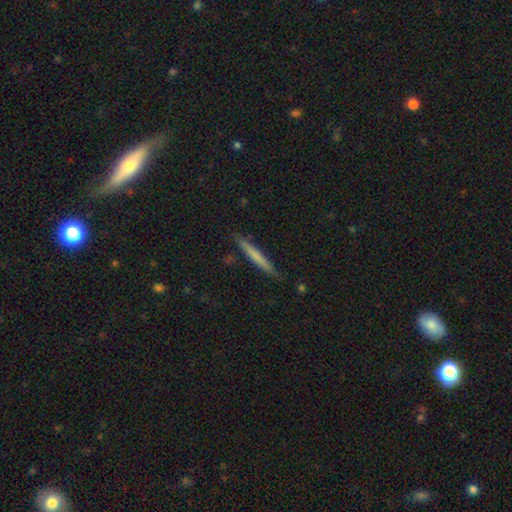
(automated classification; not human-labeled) The model was most divided on "smooth or featured": smooth: 62%, featured or disk: 33%, star or artifact: 6%. More confident: how rounded — cigar-shaped (96%); merging — none (88%).